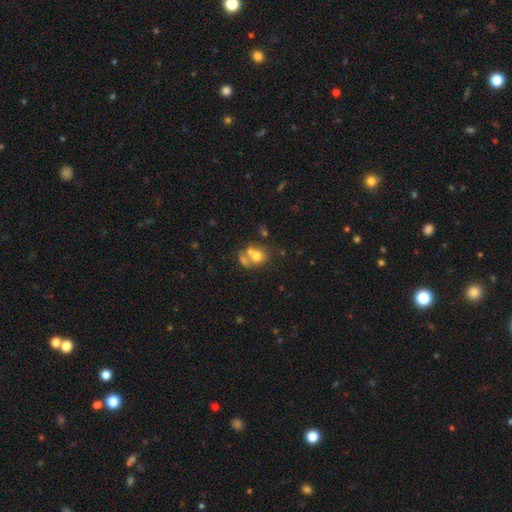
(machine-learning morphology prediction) A smooth galaxy with no disk features (66%) that is round (61%). Merging: merger (49%).